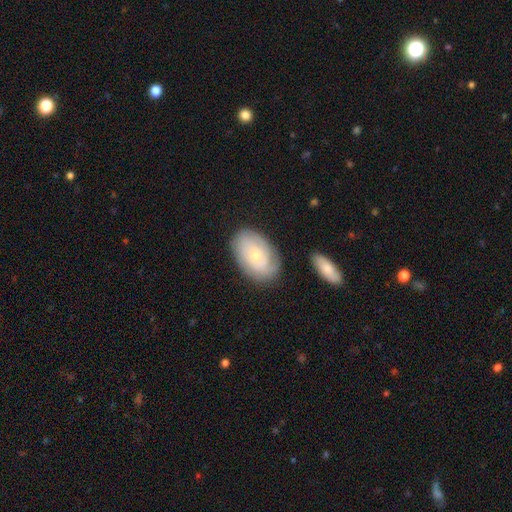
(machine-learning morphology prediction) smooth-or-featured: featured or disk: 50% | smooth: 43% | star or artifact: 7%
  merging: none: 76% | minor disturbance: 16% | major disturbance: 4% | merger: 3%